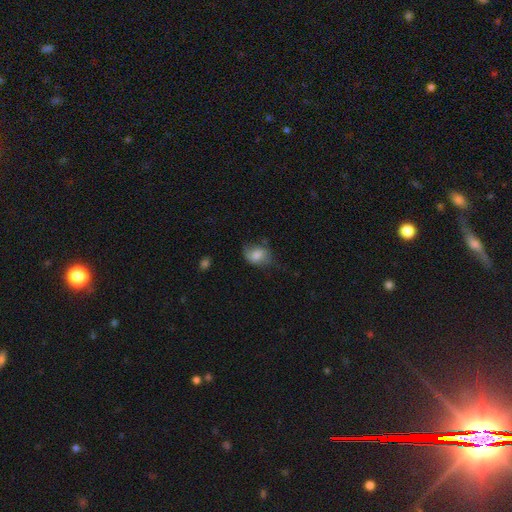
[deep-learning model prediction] Smooth or featured? Predicted: smooth (p=0.74). How rounded? Predicted: in between (p=0.62). Merging? Predicted: none (p=0.54).